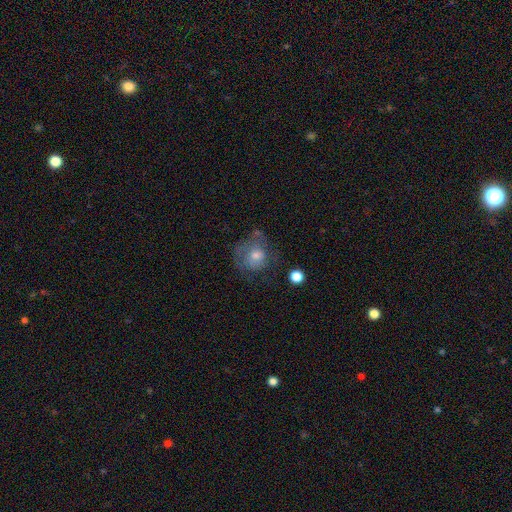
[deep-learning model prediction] Smooth or featured? Predicted: smooth (p=0.47). Merging? Predicted: none (p=0.53).